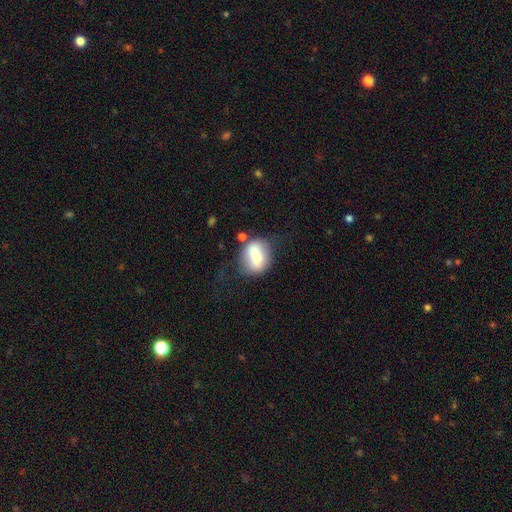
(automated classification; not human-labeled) Smooth or featured? smooth (68%)
How rounded? in between (54%)
Merging? none (46%)